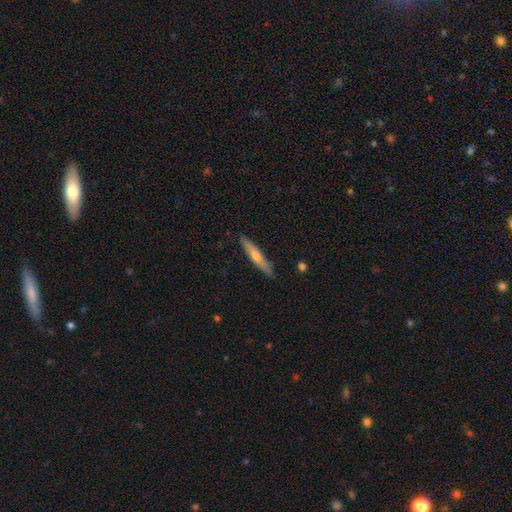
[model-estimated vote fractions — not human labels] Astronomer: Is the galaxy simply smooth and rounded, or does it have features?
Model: featured or disk — 53% (runner-up: smooth, 41%).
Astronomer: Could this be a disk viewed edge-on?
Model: yes — 94%.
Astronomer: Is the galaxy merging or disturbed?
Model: none — 90%.